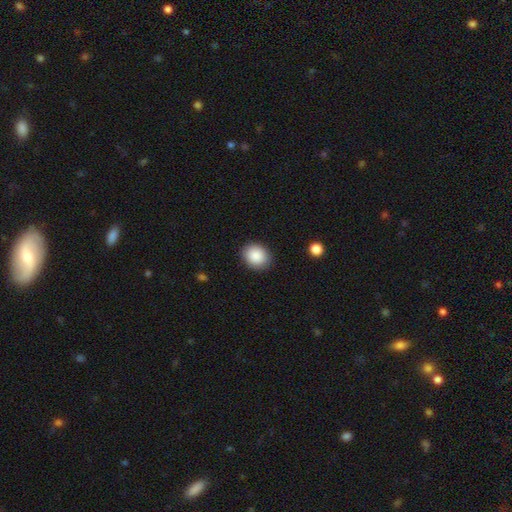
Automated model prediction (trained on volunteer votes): This is clearly a smooth galaxy (89%). How rounded: possibly round (59%). Merging: clearly none (88%).